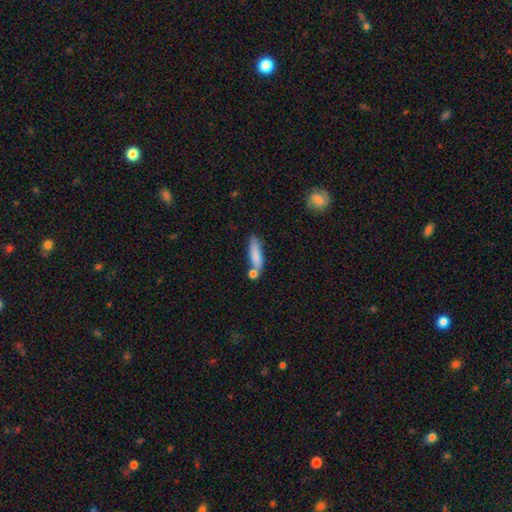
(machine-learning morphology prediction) A smooth galaxy with no disk features (78%) that is cigar-shaped (65%). Merging: none (50%).